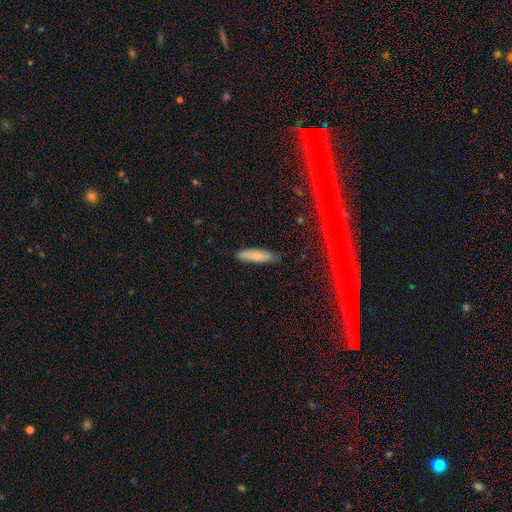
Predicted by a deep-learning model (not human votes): The model was most divided on "how rounded": cigar-shaped: 69%, in between: 29%, round: 2%. More confident: merging — none (81%); smooth or featured — smooth (67%).